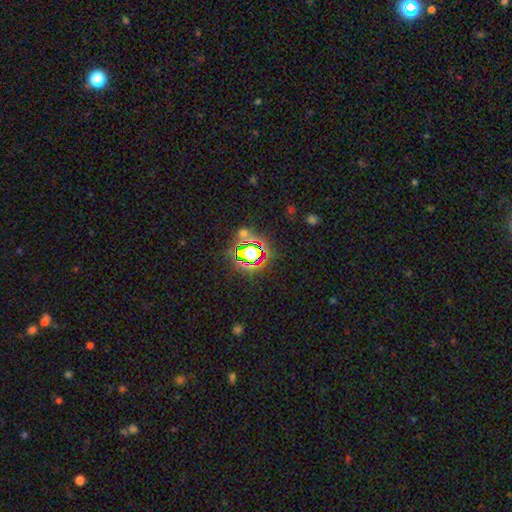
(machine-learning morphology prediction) smooth_or_featured: star or artifact (p=0.75) [alt: smooth p=0.16]